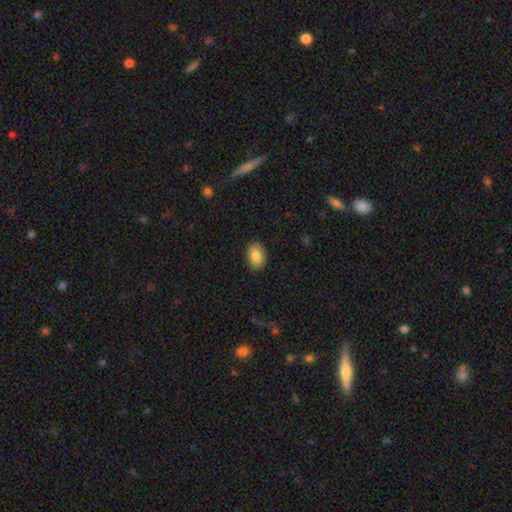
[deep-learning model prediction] Morphology: type=smooth (86%); roundness=in between (84%); merging=none (88%).